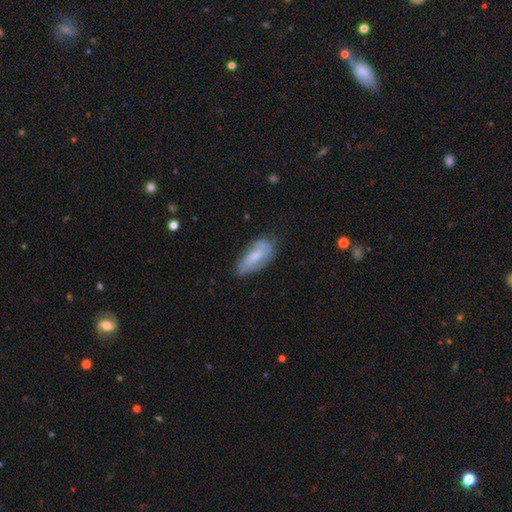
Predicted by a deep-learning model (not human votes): smooth 52%, featured or disk 41%, star or artifact 7%. Down the decision tree: how rounded — in between (84%); merging — none (54%).